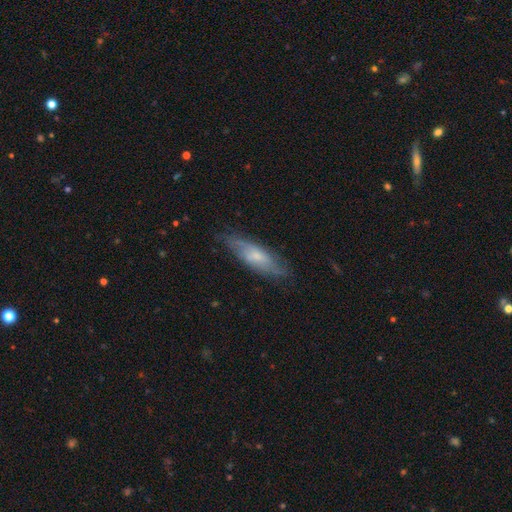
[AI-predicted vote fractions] Smooth or featured?
  - featured or disk: 54% *
  - smooth: 39%
  - star or artifact: 7%
Edge-on disk?
  - no: 66% *
  - yes: 34%
Merging?
  - none: 75% *
  - minor disturbance: 19%
  - major disturbance: 5%
  - merger: 1%